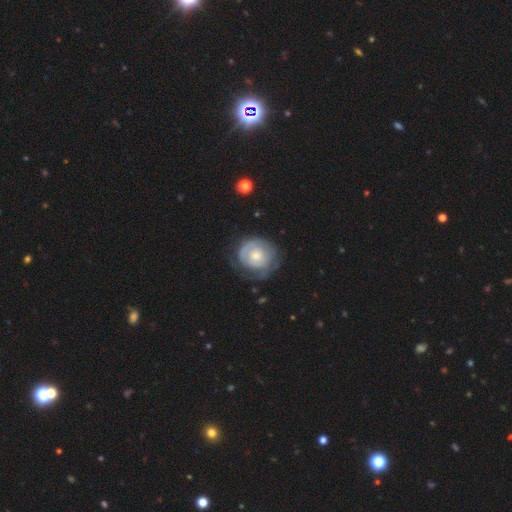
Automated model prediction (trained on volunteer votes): A featured or disk galaxy (62%) with no bar (79%), spiral arms (71%) and a small central bulge (45%).

Vote fractions:
- Smooth or featured? featured or disk: 62% / smooth: 33% / star or artifact: 6%
- Edge-on disk? no: 97% / yes: 3%
- Bar? no: 79% / weak: 18% / strong: 3%
- Spiral arms? yes: 71% / no: 29%
- Bulge size? small: 45% / moderate: 44% / large: 7% / none: 3% / dominant: 1%
- Merging? none: 61% / minor disturbance: 23% / major disturbance: 15% / merger: 2%